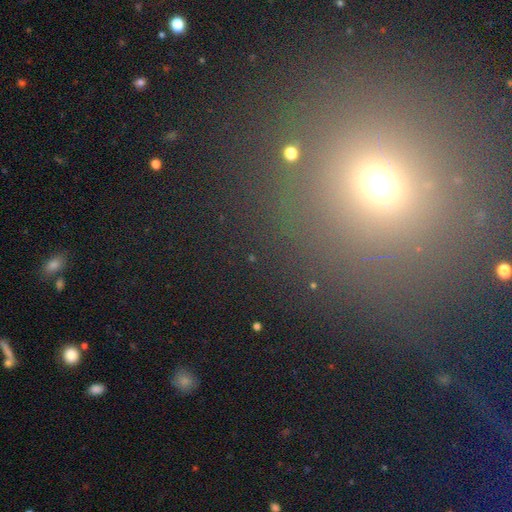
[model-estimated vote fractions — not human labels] A star or artifact, not a galaxy (51%).